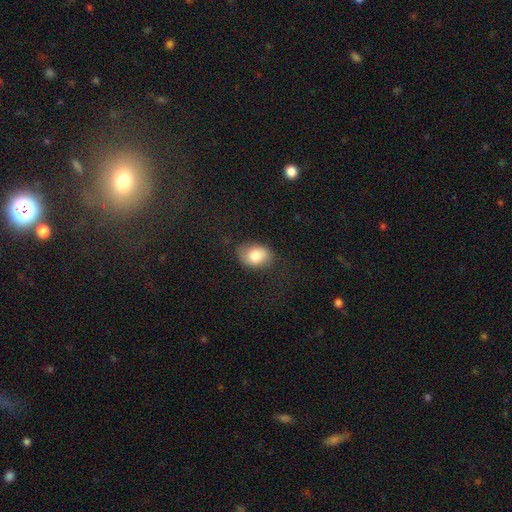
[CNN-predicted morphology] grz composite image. It shows a smooth galaxy with no disk features (77%) that is in between round and cigar-shaped (71%). Merging: none (70%).